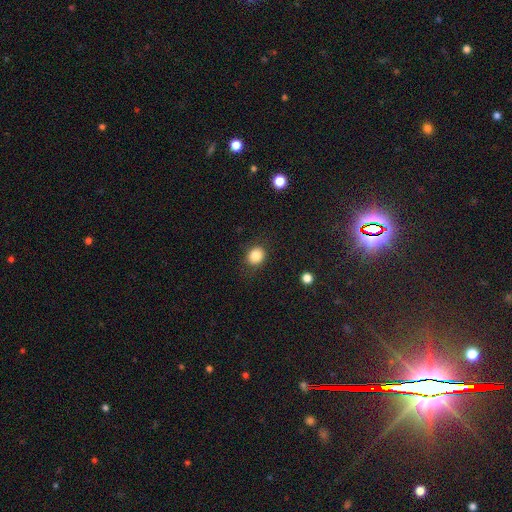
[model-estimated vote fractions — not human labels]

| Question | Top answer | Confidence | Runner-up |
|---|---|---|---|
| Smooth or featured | smooth | 85% | star or artifact (10%) |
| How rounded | round | 71% | in between (28%) |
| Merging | none | 84% | minor disturbance (11%) |